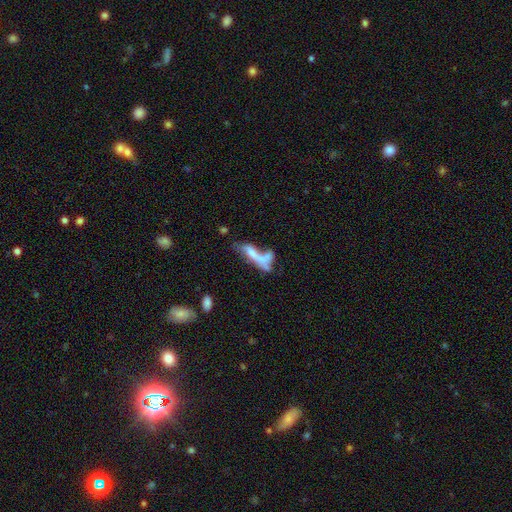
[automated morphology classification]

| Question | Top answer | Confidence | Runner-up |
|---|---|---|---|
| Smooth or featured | featured or disk | 45% | smooth (44%) |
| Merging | merger | 53% | none (19%) |